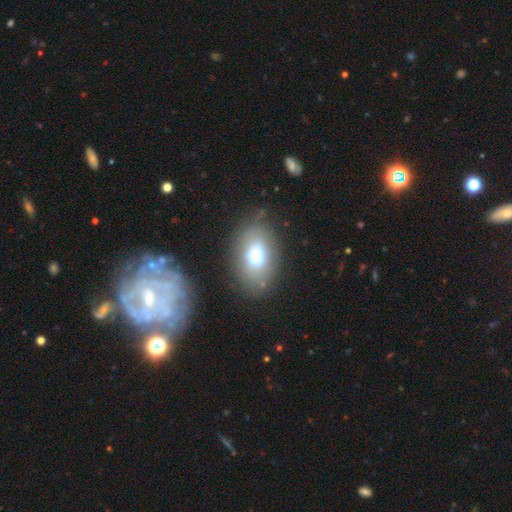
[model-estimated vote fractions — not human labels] smooth_or_featured: smooth (p=0.73) [alt: featured or disk p=0.18]
how_rounded: in between (p=0.89) [alt: round p=0.09]
merging: none (p=0.75) [alt: minor disturbance p=0.15]